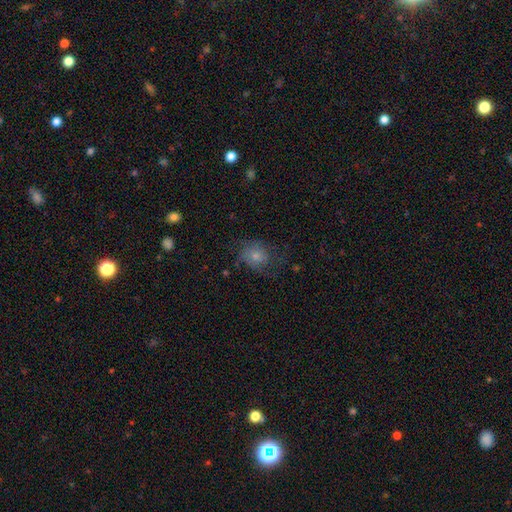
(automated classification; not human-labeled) This is likely a smooth galaxy (67%). How rounded: possibly round (57%). Merging: possibly none (49%).